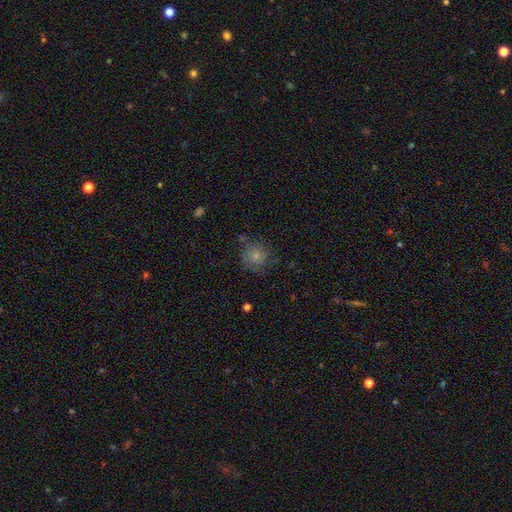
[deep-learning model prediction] A smooth galaxy with no disk features (77%) that is round (90%).

Vote fractions:
- Smooth or featured? smooth: 77% / featured or disk: 13% / star or artifact: 10%
- How rounded? round: 90% / in between: 9% / cigar-shaped: 1%
- Merging? none: 71% / minor disturbance: 19% / major disturbance: 7% / merger: 3%